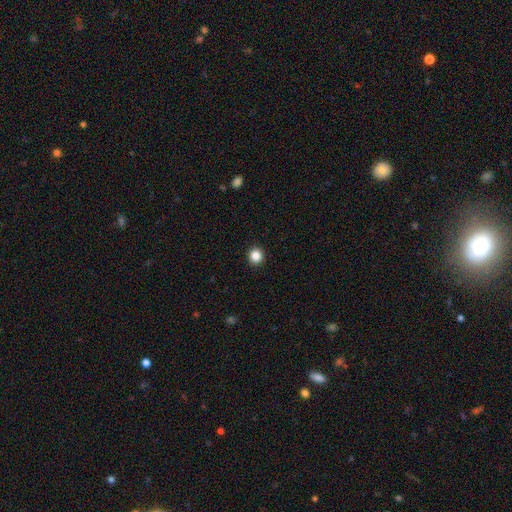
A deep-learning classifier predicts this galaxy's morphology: Smooth or featured: smooth — 86% (star or artifact — 11%)
How rounded: round — 92% (in between — 7%)
Merging: none — 93% (minor disturbance — 4%)